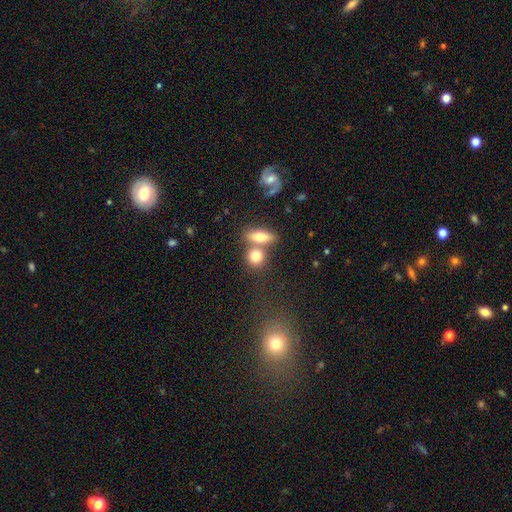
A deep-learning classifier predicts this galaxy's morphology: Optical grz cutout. It shows a smooth galaxy with no disk features (78%) that is round (56%). Merging: none (49%).